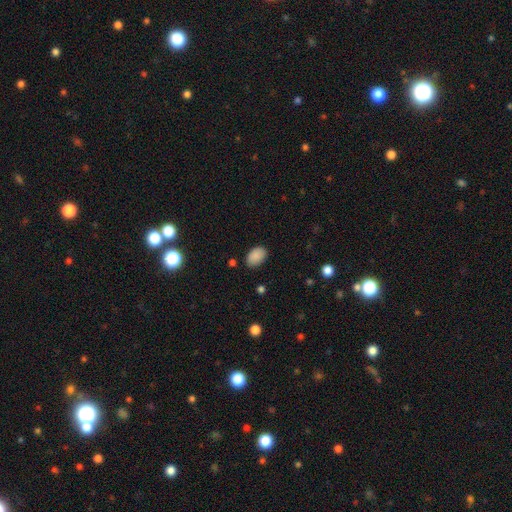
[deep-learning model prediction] This appears to be a smooth galaxy with no disk features (88%) that is in between round and cigar-shaped (88%). Merging: none (83%).